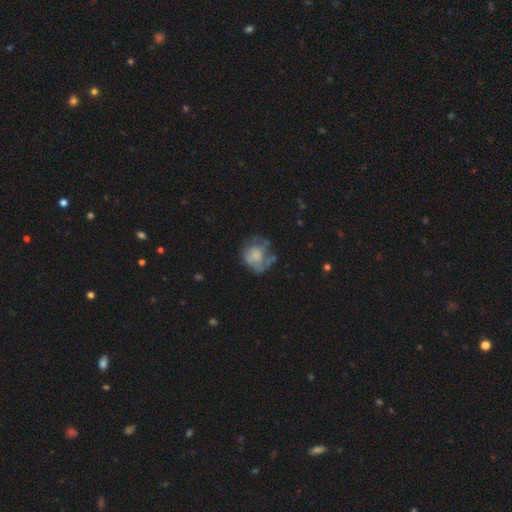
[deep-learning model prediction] Q: Smooth or featured?
A: smooth (48%); runner-up: featured or disk (43%)
Q: Merging?
A: none (45%); runner-up: major disturbance (26%)